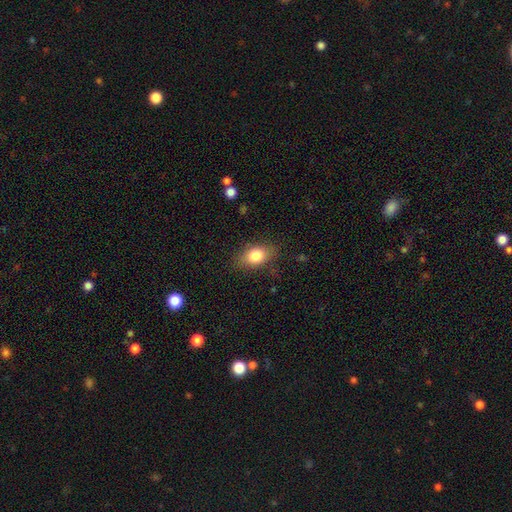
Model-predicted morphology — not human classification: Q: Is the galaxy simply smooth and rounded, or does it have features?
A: smooth — 81%.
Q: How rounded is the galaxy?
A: in between — 76%.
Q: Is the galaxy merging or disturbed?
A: none — 78%.